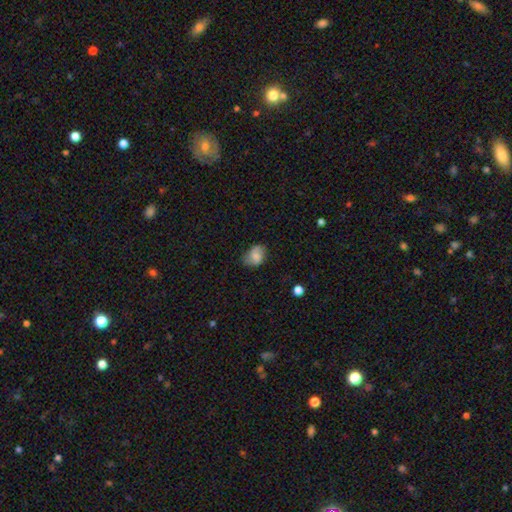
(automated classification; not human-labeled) A smooth galaxy with no disk features (70%) that is in between round and cigar-shaped (61%). Merging: none (61%).